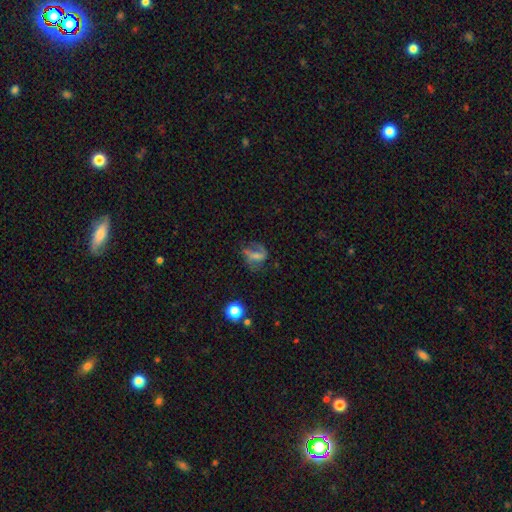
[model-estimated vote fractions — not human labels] Smooth or featured? Predicted: featured or disk (p=0.49). Merging? Predicted: none (p=0.41).